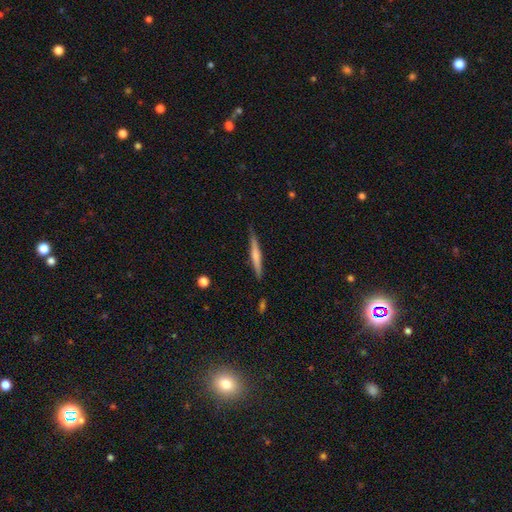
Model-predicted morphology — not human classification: This appears to be a featured or disk galaxy (48%). Merging: none (86%).